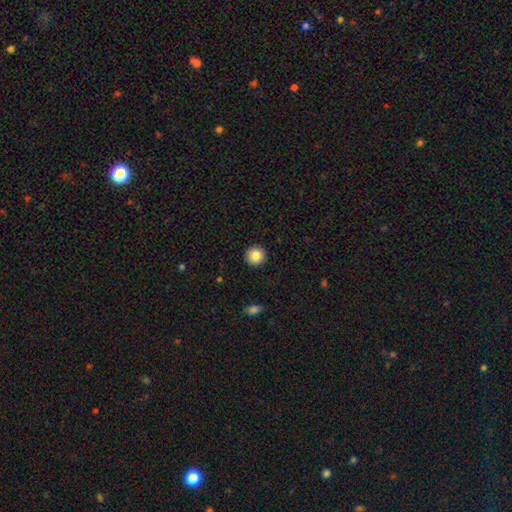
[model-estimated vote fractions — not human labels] Smooth or featured? smooth (85%)
How rounded? round (96%)
Merging? none (93%)